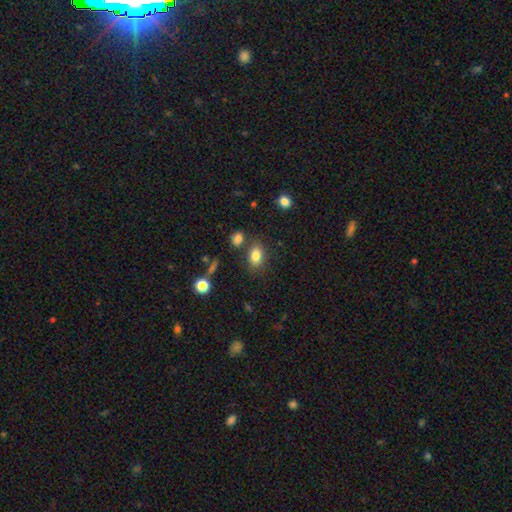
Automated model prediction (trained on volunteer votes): A smooth galaxy with no disk features (82%) that is in between round and cigar-shaped (82%).

Vote fractions:
- Smooth or featured? smooth: 82% / star or artifact: 10% / featured or disk: 8%
- How rounded? in between: 82% / round: 16% / cigar-shaped: 2%
- Merging? none: 75% / minor disturbance: 13% / merger: 8% / major disturbance: 4%